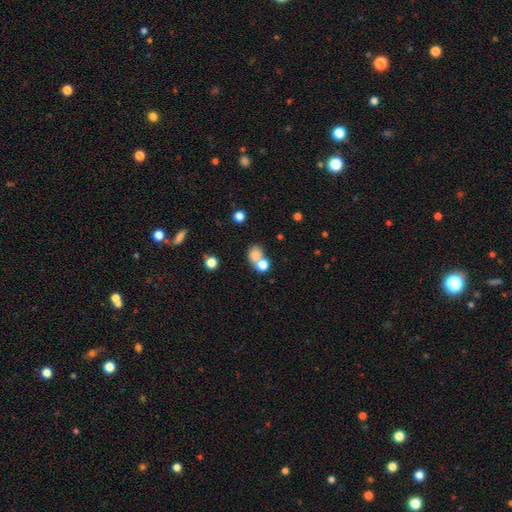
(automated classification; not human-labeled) smooth_or_featured: smooth (p=0.77) [alt: star or artifact p=0.13]
how_rounded: round (p=0.58) [alt: in between p=0.41]
merging: merger (p=0.47) [alt: none p=0.37]